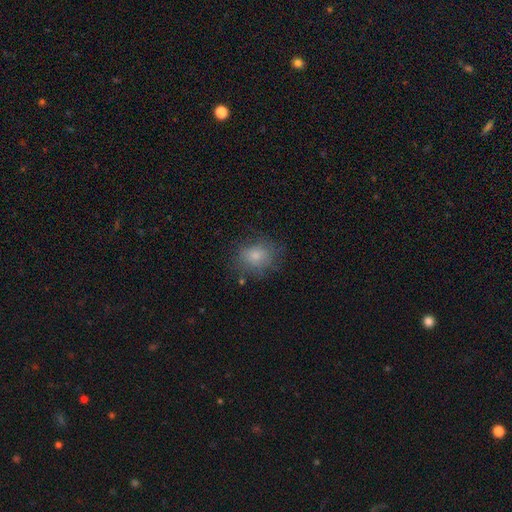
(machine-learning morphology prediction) Smooth or featured? smooth (75%)
How rounded? round (62%)
Merging? none (69%)